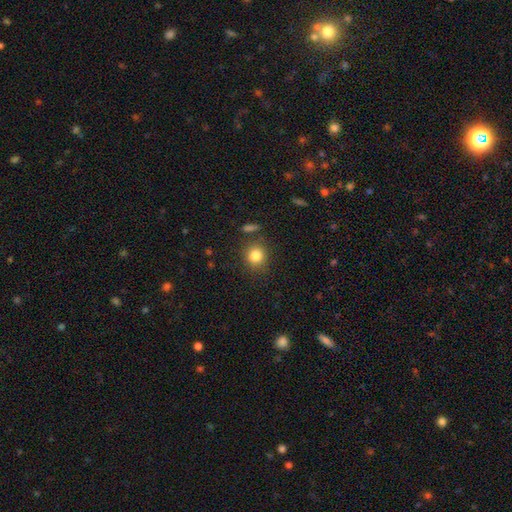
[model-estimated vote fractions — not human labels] Smooth or featured?
  - smooth: 84% *
  - star or artifact: 11%
  - featured or disk: 6%
How rounded?
  - round: 85% *
  - in between: 14%
  - cigar-shaped: 1%
Merging?
  - none: 82% *
  - minor disturbance: 10%
  - merger: 4%
  - major disturbance: 3%